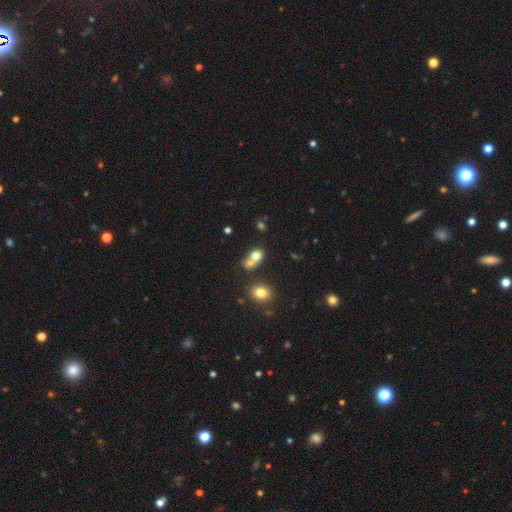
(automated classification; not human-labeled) Smooth or featured? Predicted: smooth (p=0.73). How rounded? Predicted: round (p=0.56). Merging? Predicted: merger (p=0.59).